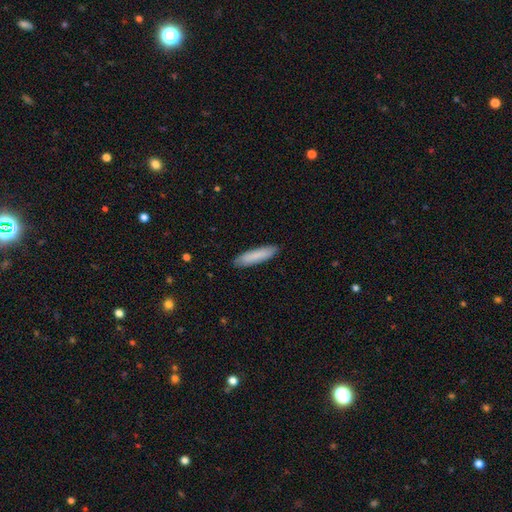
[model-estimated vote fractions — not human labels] Smooth or featured: smooth — 84% (featured or disk — 10%)
How rounded: cigar-shaped — 80% (in between — 19%)
Merging: none — 89% (minor disturbance — 8%)